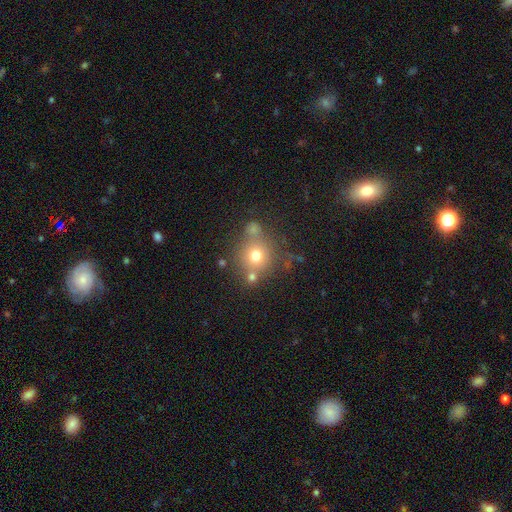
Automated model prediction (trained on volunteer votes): smooth 69%, star or artifact 16%, featured or disk 14%. Down the decision tree: how rounded — round (89%); merging — none (65%).